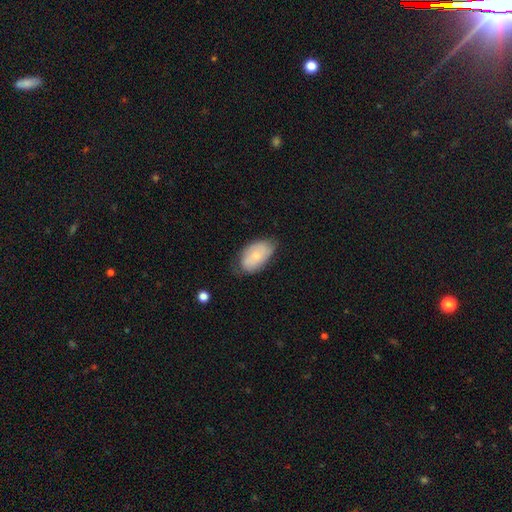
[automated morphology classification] Smooth or featured: smooth — 65% (featured or disk — 28%)
How rounded: in between — 93% (round — 6%)
Merging: none — 61% (minor disturbance — 31%)